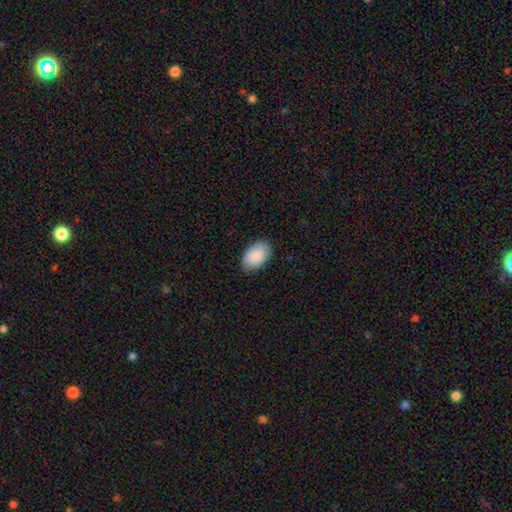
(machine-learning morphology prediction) This appears to be a smooth galaxy with no disk features (89%) that is in between round and cigar-shaped (93%). Merging: none (86%).